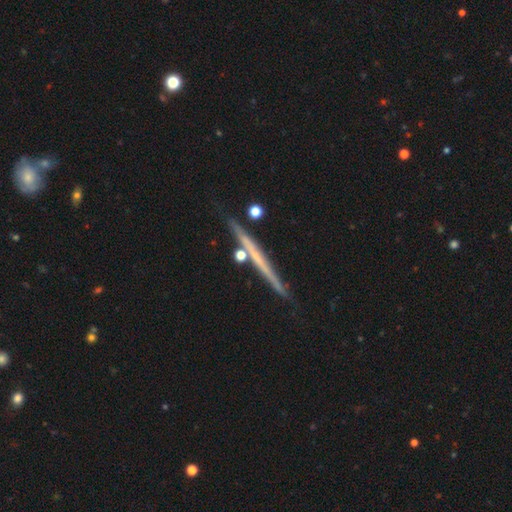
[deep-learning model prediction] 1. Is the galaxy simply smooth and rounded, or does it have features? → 65% featured or disk, 28% smooth, 7% star or artifact.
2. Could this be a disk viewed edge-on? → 97% yes, 3% no.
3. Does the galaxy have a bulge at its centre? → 82% none, 14% rounded, 4% boxy.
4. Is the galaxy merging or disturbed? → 82% none, 10% minor disturbance, 6% merger, 2% major disturbance.